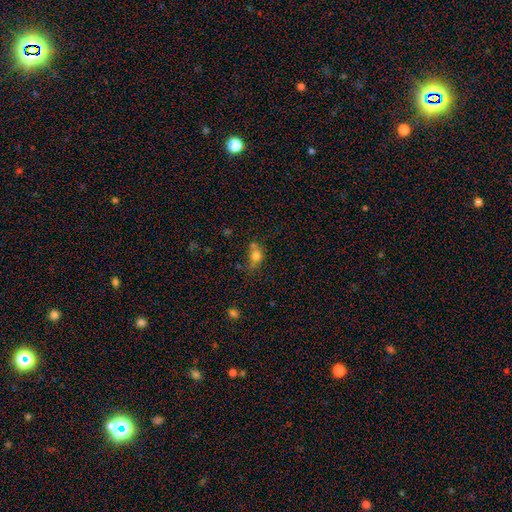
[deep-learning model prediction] smooth 74%, star or artifact 13%, featured or disk 13%. Down the decision tree: how rounded — round (50%); merging — none (39%).